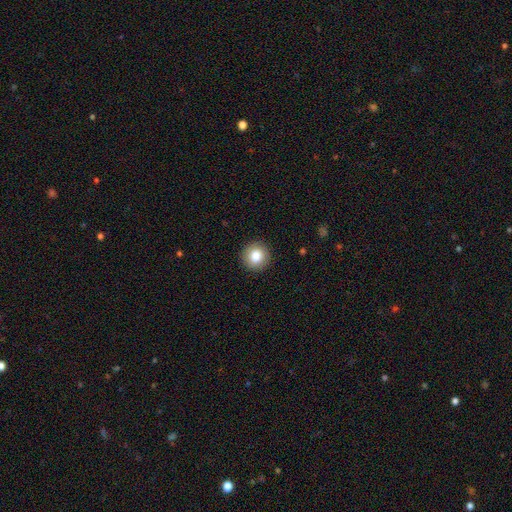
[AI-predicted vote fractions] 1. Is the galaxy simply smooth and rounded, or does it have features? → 84% smooth, 9% star or artifact, 7% featured or disk.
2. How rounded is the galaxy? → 93% round, 6% in between, 1% cigar-shaped.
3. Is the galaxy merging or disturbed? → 92% none, 6% minor disturbance, 2% major disturbance, 1% merger.